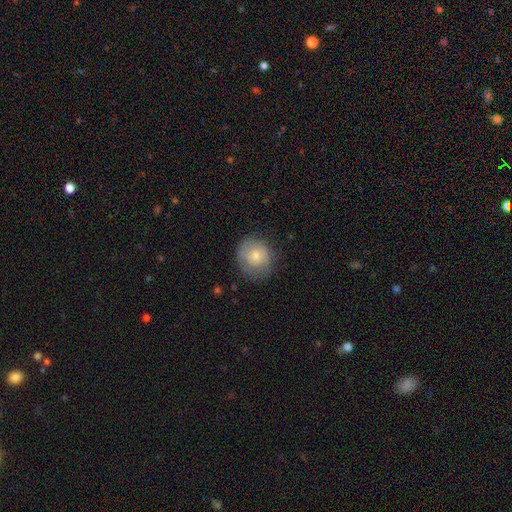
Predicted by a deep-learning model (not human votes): smooth-or-featured: smooth: 74% | featured or disk: 19% | star or artifact: 7%
  how-rounded: round: 87% | in between: 12% | cigar-shaped: 1%
  merging: none: 75% | minor disturbance: 18% | major disturbance: 6% | merger: 1%